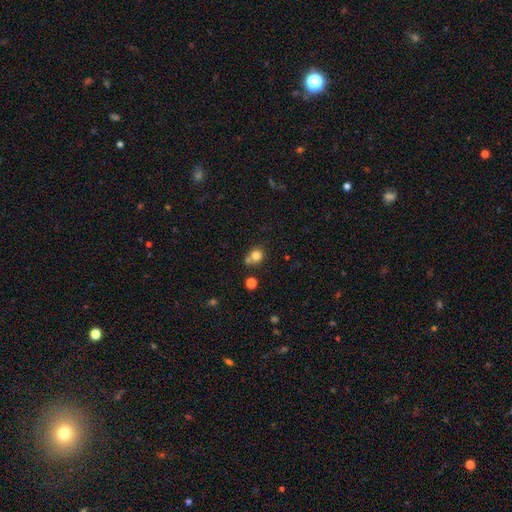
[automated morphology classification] Overall: smooth (80%). How rounded: round (79%). Merging: none (54%; merger 30%).